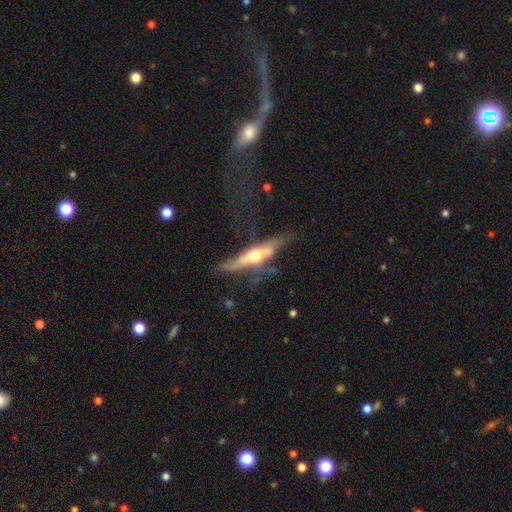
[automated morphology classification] Q: Smooth or featured?
A: featured or disk (66%); runner-up: smooth (27%)
Q: Edge-on disk?
A: yes (79%); runner-up: no (21%)
Q: Edge-on bulge?
A: rounded (85%); runner-up: boxy (7%)
Q: Merging?
A: none (45%); runner-up: minor disturbance (26%)